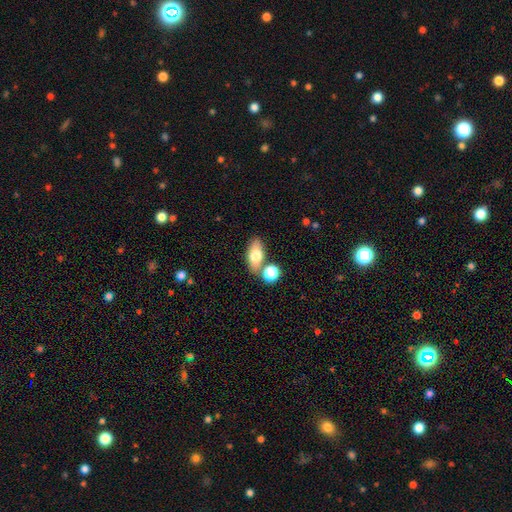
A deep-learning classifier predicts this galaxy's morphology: Smooth or featured?
  - smooth: 74% *
  - featured or disk: 19%
  - star or artifact: 7%
How rounded?
  - in between: 84% *
  - cigar-shaped: 8%
  - round: 8%
Merging?
  - none: 63% *
  - merger: 22%
  - minor disturbance: 11%
  - major disturbance: 3%